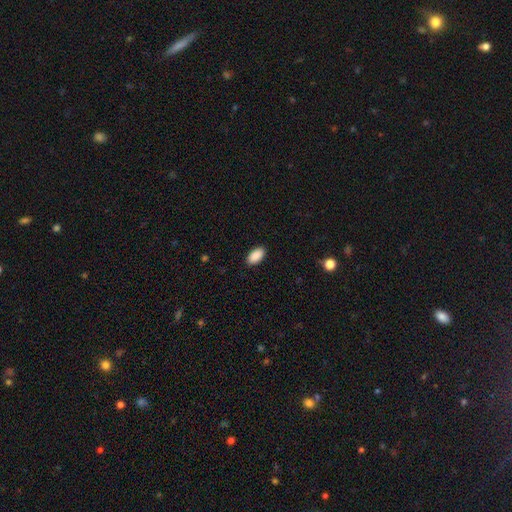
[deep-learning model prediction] This appears to be a smooth galaxy with no disk features (90%) that is in between round and cigar-shaped (95%). Merging: none (89%).